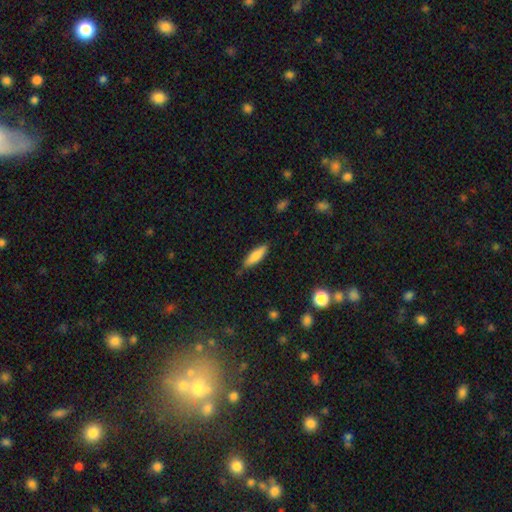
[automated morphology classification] type=smooth (77%); roundness=cigar-shaped (59%); merging=none (79%).